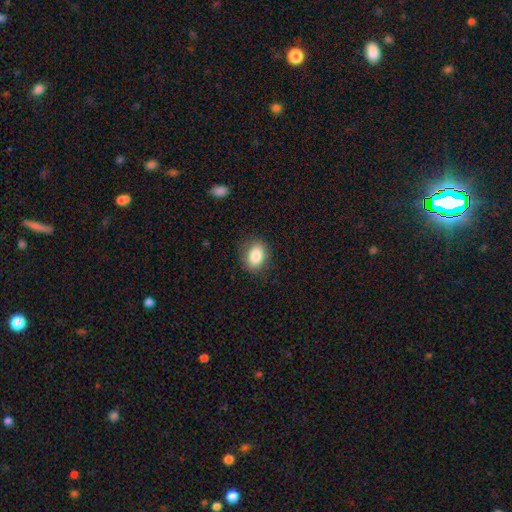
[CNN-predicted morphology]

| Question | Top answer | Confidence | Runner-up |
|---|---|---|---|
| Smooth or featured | smooth | 85% | star or artifact (8%) |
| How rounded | in between | 73% | round (26%) |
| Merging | none | 84% | minor disturbance (12%) |